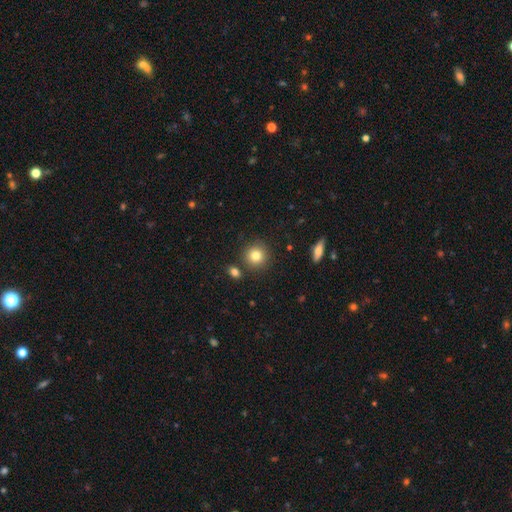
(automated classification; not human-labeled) Smooth or featured? smooth (82%)
How rounded? round (91%)
Merging? none (85%)